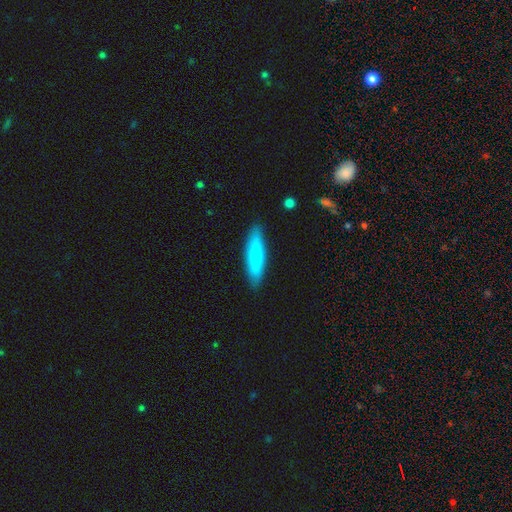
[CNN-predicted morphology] smooth-or-featured: smooth: 79% | featured or disk: 16% | star or artifact: 5%
  how-rounded: cigar-shaped: 75% | in between: 24% | round: 1%
  merging: none: 87% | minor disturbance: 9% | major disturbance: 2% | merger: 1%